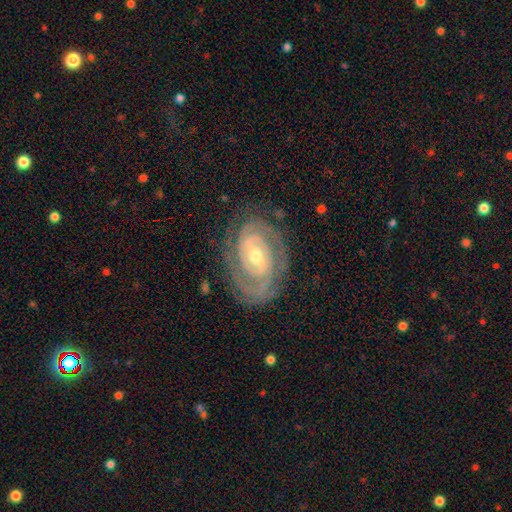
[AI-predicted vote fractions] smooth-or-featured: featured or disk: 91% | smooth: 4% | star or artifact: 4%
  disk-edge-on: no: 96% | yes: 4%
    bar: no: 41% | weak: 39% | strong: 20%
    has-spiral-arms: yes: 97% | no: 3%
      spiral-winding: tight: 80% | medium: 17% | loose: 3%
      spiral-arm-count: 2: 64% | 3: 14% | can't tell: 12% | 4: 4% | 1: 3% | more than 4: 3%
    bulge-size: moderate: 59% | small: 36% | large: 3% | none: 1% | dominant: 1%
  merging: none: 79% | minor disturbance: 14% | major disturbance: 5% | merger: 1%